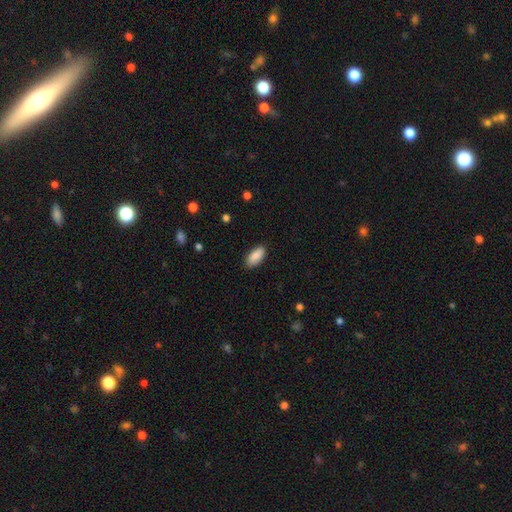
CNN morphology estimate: This appears to be a smooth galaxy with no disk features (89%) that is in between round and cigar-shaped (89%). Merging: none (87%).